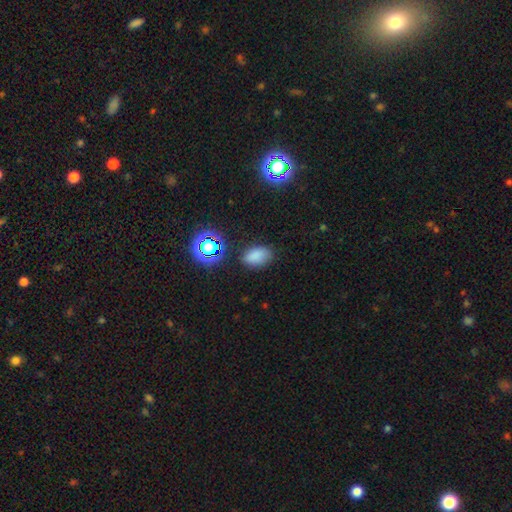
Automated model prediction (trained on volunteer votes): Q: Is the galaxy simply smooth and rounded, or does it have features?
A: smooth — 76%.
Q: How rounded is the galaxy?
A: in between — 87%.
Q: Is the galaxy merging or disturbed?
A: none — 78%.